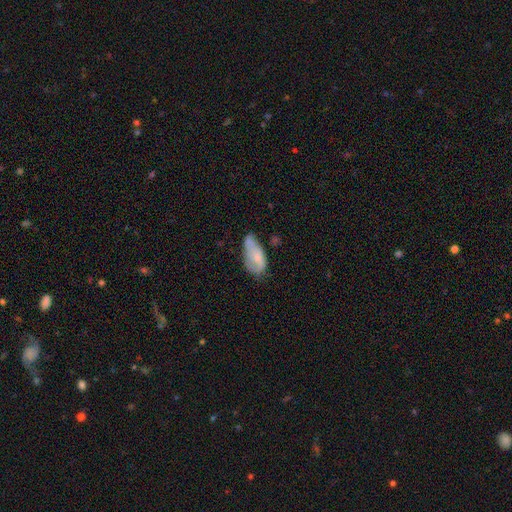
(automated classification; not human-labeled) Morphology: type=smooth (59%); roundness=in between (89%); merging=minor disturbance (39%).